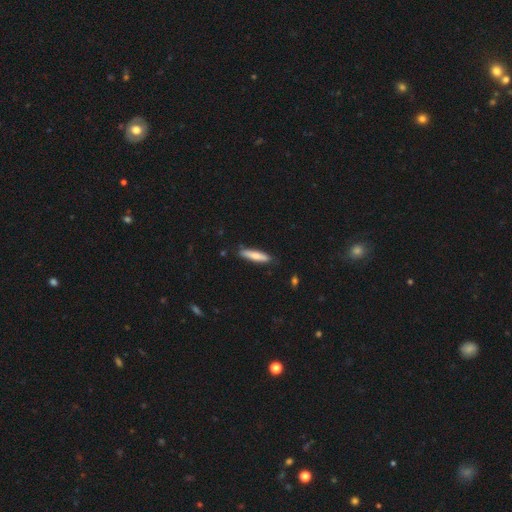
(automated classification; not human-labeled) smooth-or-featured: smooth: 75% | featured or disk: 20% | star or artifact: 6%
  how-rounded: cigar-shaped: 82% | in between: 17% | round: 1%
  merging: none: 84% | minor disturbance: 12% | major disturbance: 2% | merger: 2%